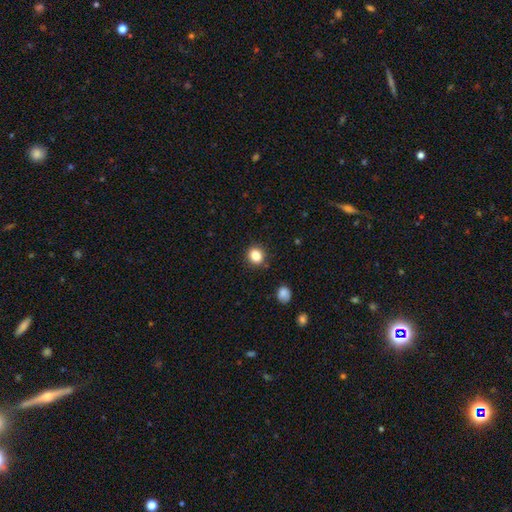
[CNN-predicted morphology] Q: Smooth or featured?
A: smooth (85%); runner-up: star or artifact (11%)
Q: How rounded?
A: round (73%); runner-up: in between (26%)
Q: Merging?
A: none (88%); runner-up: minor disturbance (8%)